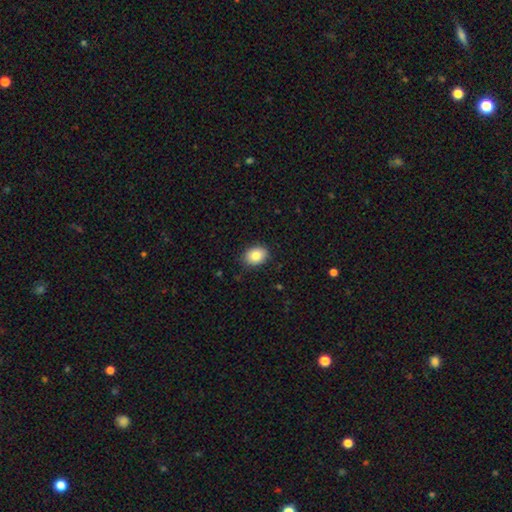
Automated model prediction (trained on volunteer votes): A smooth galaxy with no disk features (84%) that is in between round and cigar-shaped (63%).

Vote fractions:
- Smooth or featured? smooth: 84% / featured or disk: 8% / star or artifact: 8%
- How rounded? in between: 63% / round: 36% / cigar-shaped: 1%
- Merging? none: 87% / minor disturbance: 9% / major disturbance: 2% / merger: 1%